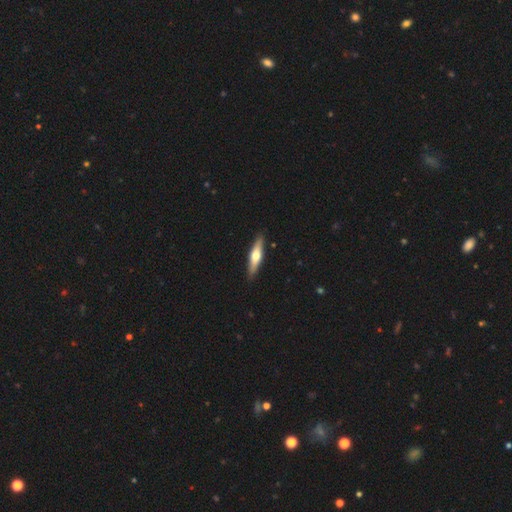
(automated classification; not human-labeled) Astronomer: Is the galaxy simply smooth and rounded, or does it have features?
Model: featured or disk — 51% (runner-up: smooth, 44%).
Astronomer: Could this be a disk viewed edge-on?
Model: yes — 92%.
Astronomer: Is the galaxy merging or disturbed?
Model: none — 90%.